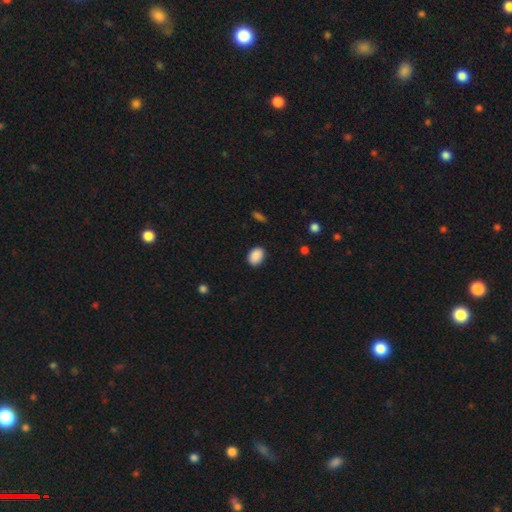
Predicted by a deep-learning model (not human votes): smooth 90%, star or artifact 8%, featured or disk 3%. Down the decision tree: how rounded — in between (75%); merging — none (88%).